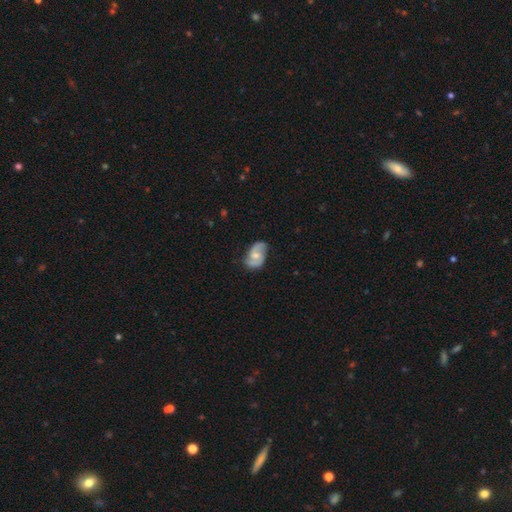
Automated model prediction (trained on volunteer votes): Overall: featured or disk (76%). Edge-on disk: no (97%). Bar: weak (45%, tied with no). Spiral arms: yes (94%). Spiral arm count: 2 (90%). Spiral winding: medium (48%; loose 33%). Bulge size: moderate (54%; small 36%). Merging: none (71%).